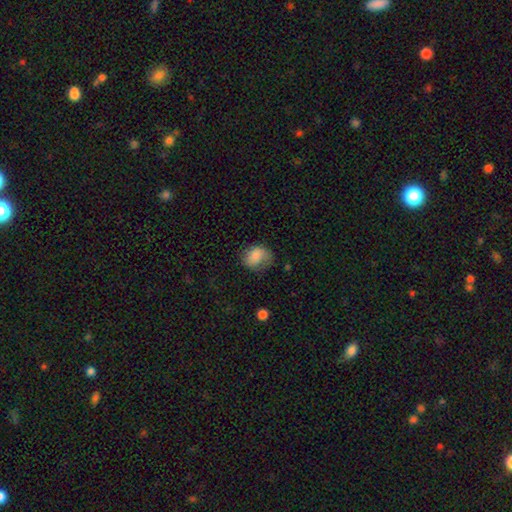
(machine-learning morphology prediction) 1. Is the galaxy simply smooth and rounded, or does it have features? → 76% smooth, 16% featured or disk, 8% star or artifact.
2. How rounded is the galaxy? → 52% round, 47% in between, 1% cigar-shaped.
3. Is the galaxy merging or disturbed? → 50% none, 32% minor disturbance, 17% major disturbance, 2% merger.